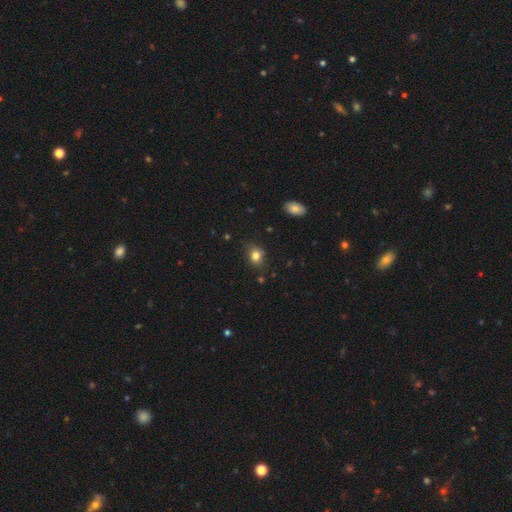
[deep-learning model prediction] Morphology: type=smooth (80%); roundness=round (51%); merging=none (77%).